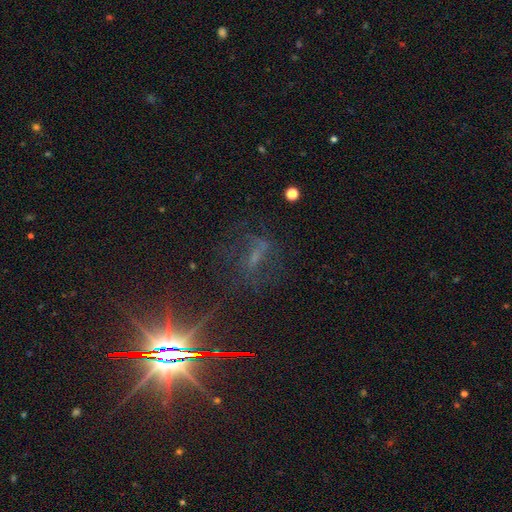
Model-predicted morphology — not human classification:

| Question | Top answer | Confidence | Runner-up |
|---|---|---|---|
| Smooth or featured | star or artifact | 48% | featured or disk (34%) |